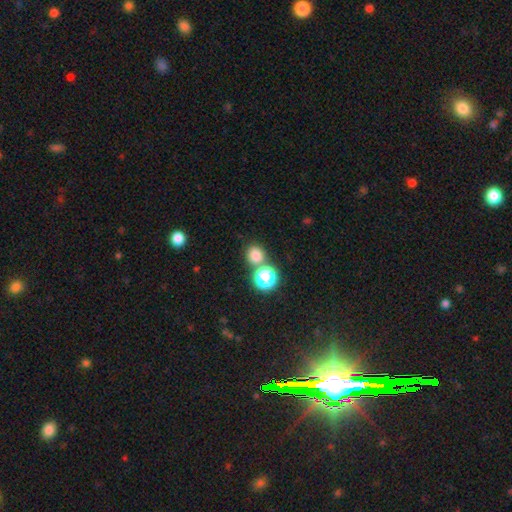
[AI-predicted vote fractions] Smooth or featured? smooth (77%)
How rounded? round (85%)
Merging? none (68%)